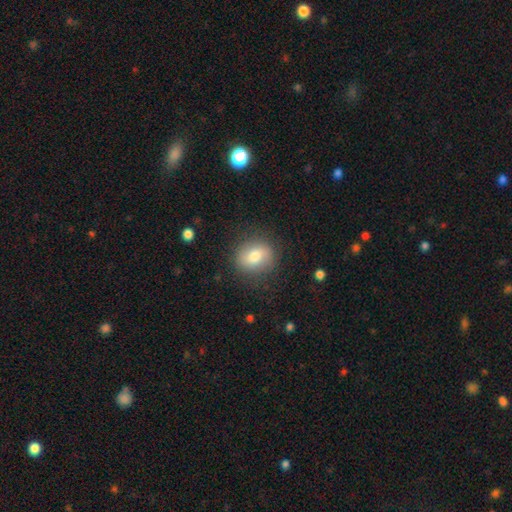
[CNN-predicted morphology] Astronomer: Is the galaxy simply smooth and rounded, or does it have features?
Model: smooth — 71%.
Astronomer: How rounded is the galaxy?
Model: round — 63%.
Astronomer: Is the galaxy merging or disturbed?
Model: none — 84%.